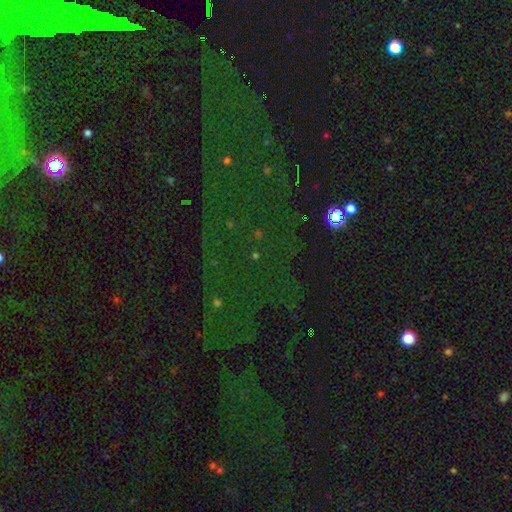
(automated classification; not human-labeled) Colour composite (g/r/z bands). It shows a star or artifact, not a galaxy (73%).